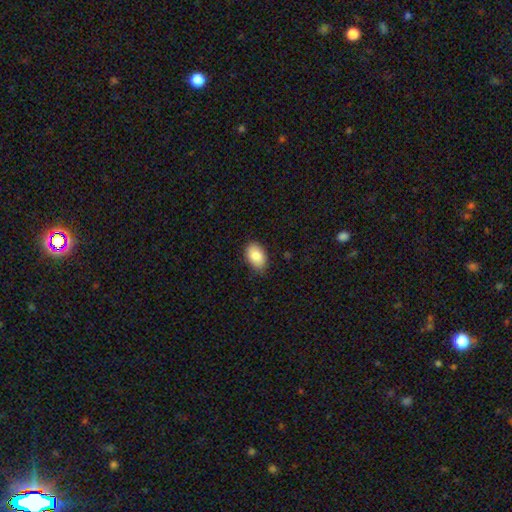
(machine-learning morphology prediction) This appears to be a smooth galaxy with no disk features (86%) that is in between round and cigar-shaped (89%). Merging: none (81%).